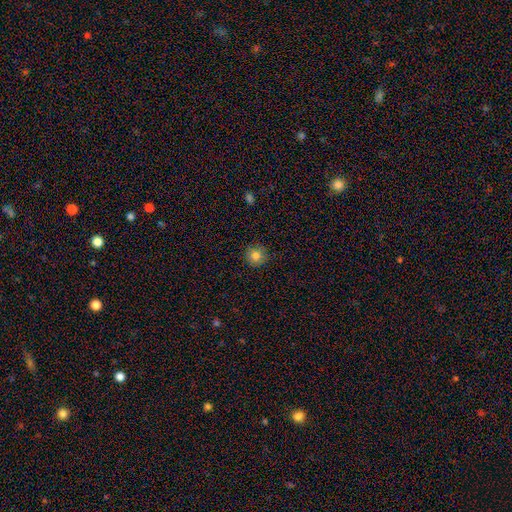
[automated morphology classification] This appears to be a smooth galaxy with no disk features (83%) that is round (94%). Merging: none (90%).